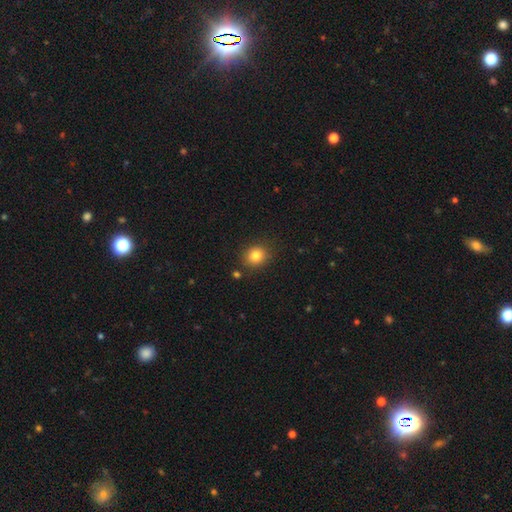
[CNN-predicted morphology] smooth_or_featured: smooth (p=0.83) [alt: star or artifact p=0.11]
how_rounded: round (p=0.74) [alt: in between p=0.25]
merging: none (p=0.85) [alt: minor disturbance p=0.09]